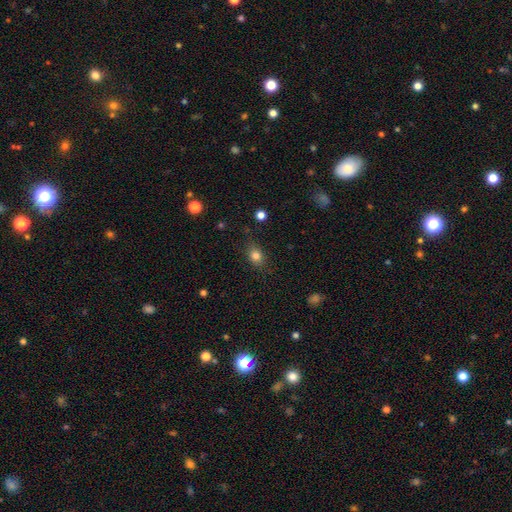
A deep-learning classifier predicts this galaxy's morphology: smooth-or-featured: smooth: 81% | star or artifact: 12% | featured or disk: 8%
  how-rounded: in between: 56% | round: 42% | cigar-shaped: 2%
  merging: none: 81% | minor disturbance: 14% | major disturbance: 4% | merger: 1%